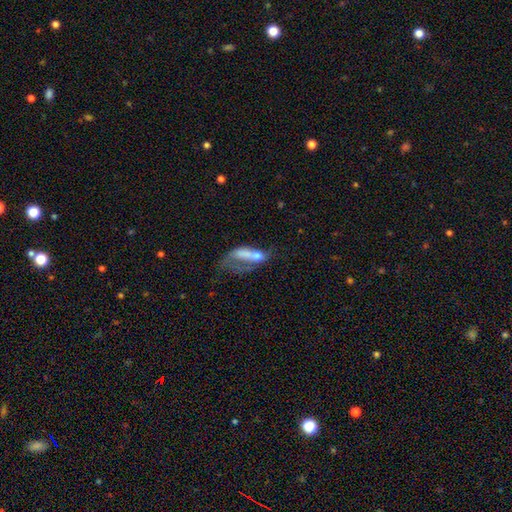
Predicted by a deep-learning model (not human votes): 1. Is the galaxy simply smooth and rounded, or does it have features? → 47% smooth, 42% featured or disk, 10% star or artifact.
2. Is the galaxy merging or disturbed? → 42% major disturbance, 33% merger, 14% none, 10% minor disturbance.